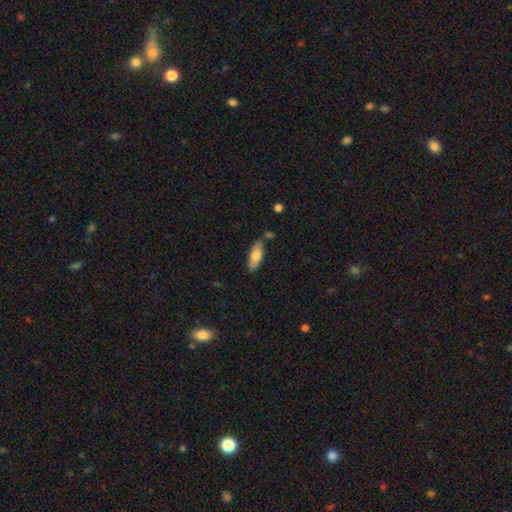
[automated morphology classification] smooth_or_featured: smooth (p=0.72) [alt: featured or disk p=0.22]
how_rounded: in between (p=0.65) [alt: cigar-shaped p=0.33]
merging: none (p=0.74) [alt: minor disturbance p=0.16]